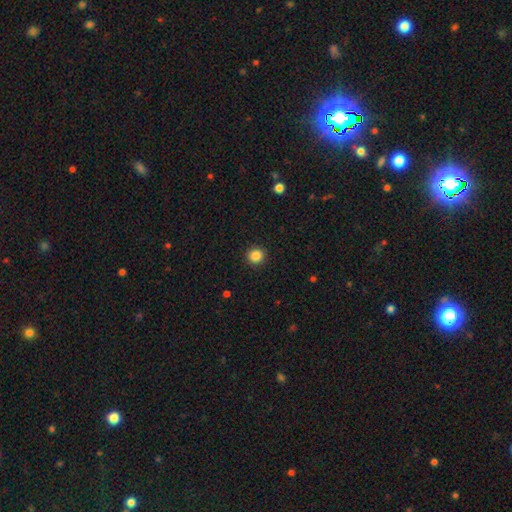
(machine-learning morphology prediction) This appears to be a smooth galaxy with no disk features (86%) that is round (93%). Merging: none (92%).